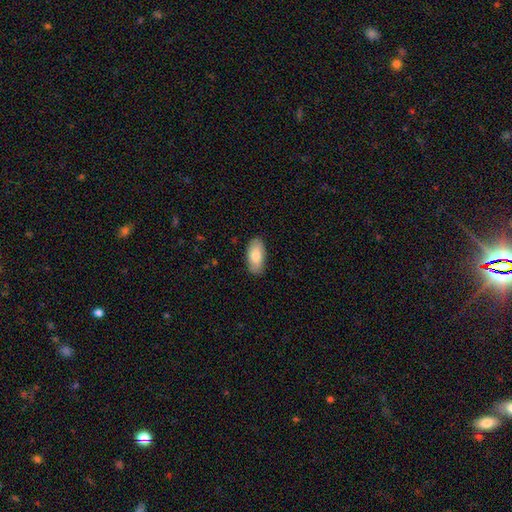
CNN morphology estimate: Overall: smooth (82%). How rounded: in between (92%). Merging: none (85%).